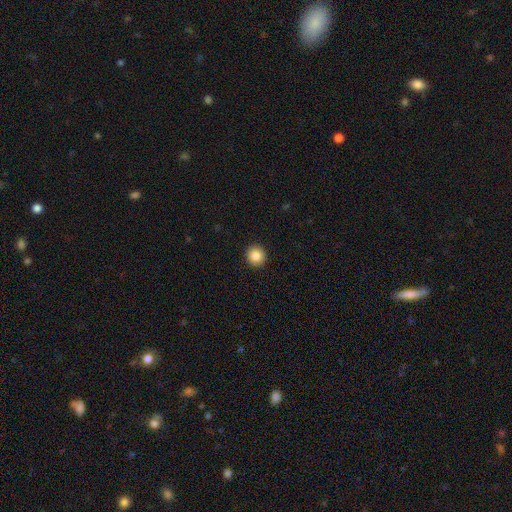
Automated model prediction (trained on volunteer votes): This appears to be a smooth galaxy with no disk features (87%) that is round (92%). Merging: none (93%).